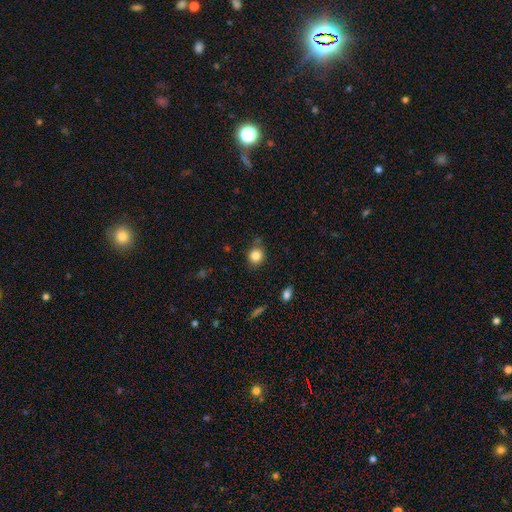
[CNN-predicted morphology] A smooth galaxy with no disk features (84%) that is round (77%). Merging: none (77%).